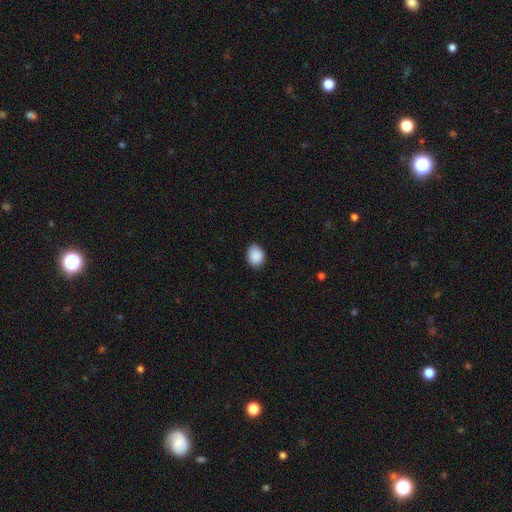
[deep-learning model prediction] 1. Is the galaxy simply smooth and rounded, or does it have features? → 90% smooth, 7% star or artifact, 3% featured or disk.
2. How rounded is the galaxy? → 59% in between, 40% round, 1% cigar-shaped.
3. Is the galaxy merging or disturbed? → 87% none, 10% minor disturbance, 2% major disturbance, 1% merger.